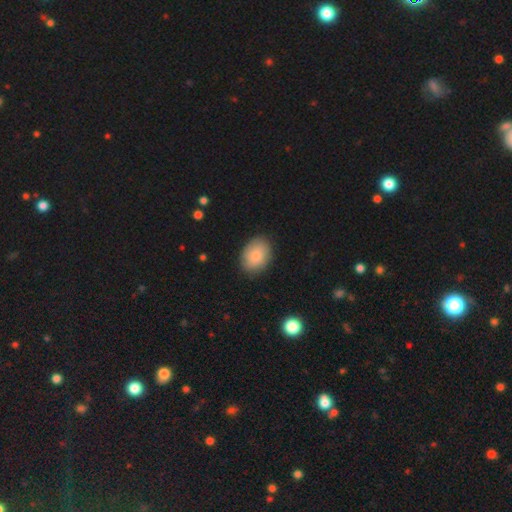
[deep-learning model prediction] A smooth galaxy with no disk features (83%) that is in between round and cigar-shaped (76%).

Vote fractions:
- Smooth or featured? smooth: 83% / featured or disk: 10% / star or artifact: 7%
- How rounded? in between: 76% / round: 23% / cigar-shaped: 1%
- Merging? none: 86% / minor disturbance: 11% / major disturbance: 2% / merger: 1%